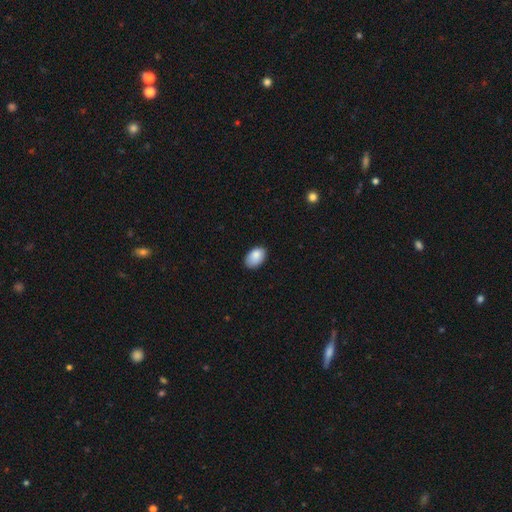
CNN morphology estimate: Q: Smooth or featured?
A: smooth (88%); runner-up: star or artifact (7%)
Q: How rounded?
A: in between (91%); runner-up: round (8%)
Q: Merging?
A: none (79%); runner-up: minor disturbance (17%)